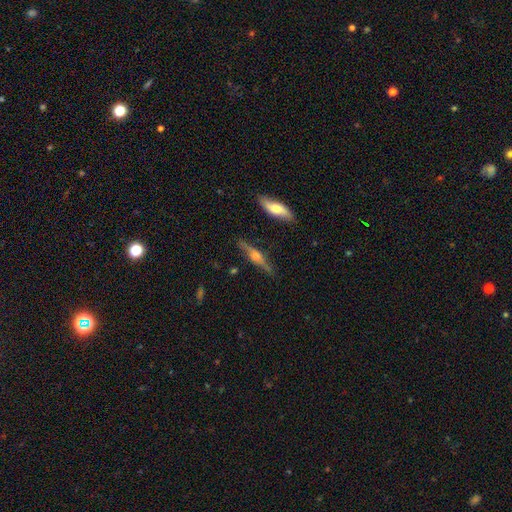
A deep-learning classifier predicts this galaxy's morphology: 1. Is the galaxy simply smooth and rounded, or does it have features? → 74% featured or disk, 19% smooth, 7% star or artifact.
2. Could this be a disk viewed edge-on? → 95% yes, 5% no.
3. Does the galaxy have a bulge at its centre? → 83% rounded, 13% boxy, 4% none.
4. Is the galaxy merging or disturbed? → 83% none, 12% minor disturbance, 3% major disturbance, 2% merger.